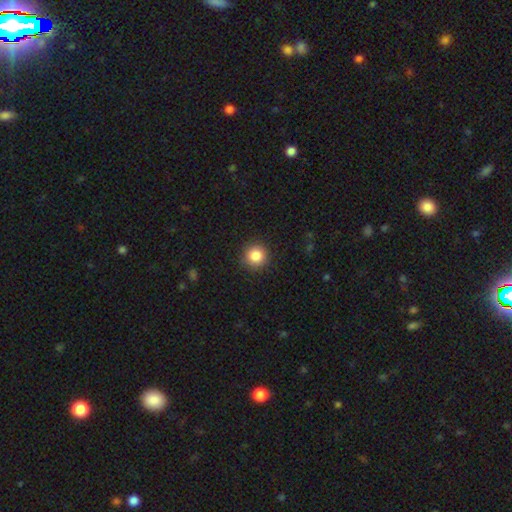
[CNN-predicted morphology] This is clearly a smooth galaxy (85%). How rounded: clearly round (94%). Merging: clearly none (91%).